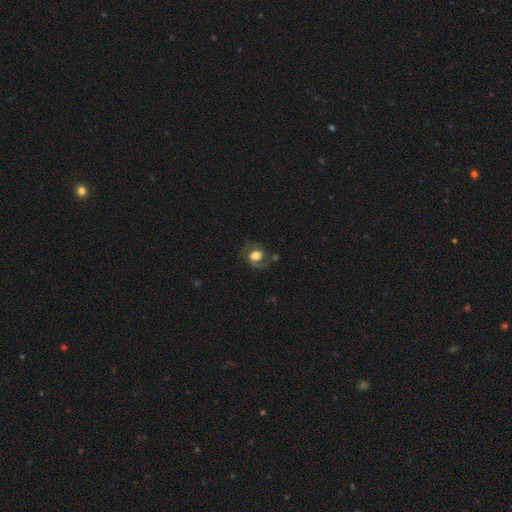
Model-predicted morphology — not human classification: Overall: featured or disk (56%; smooth 36%). Edge-on disk: no (96%). Bar: no (62%; weak 29%). Spiral arms: yes (75%). Bulge size: large (49%; moderate 36%). Merging: none (65%).